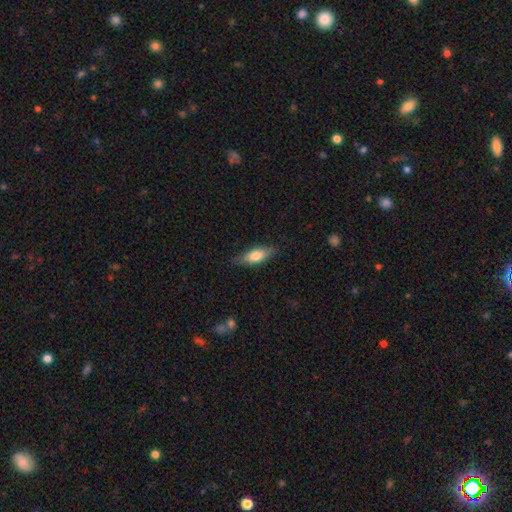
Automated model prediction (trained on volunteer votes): Q: Smooth or featured?
A: smooth (70%); runner-up: featured or disk (24%)
Q: How rounded?
A: in between (65%); runner-up: cigar-shaped (33%)
Q: Merging?
A: none (81%); runner-up: minor disturbance (15%)